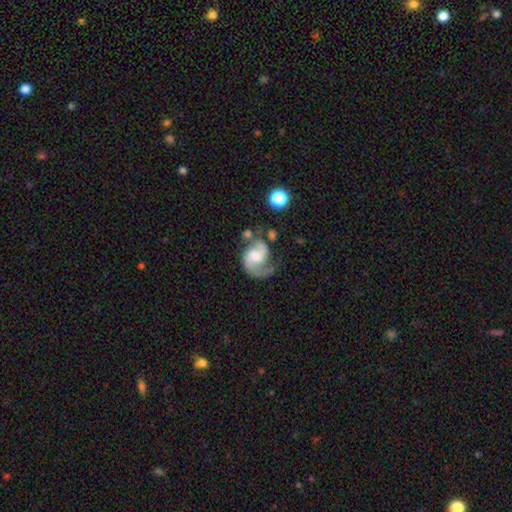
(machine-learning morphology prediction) Overall: featured or disk (83%). Edge-on disk: no (98%). Bar: no (46%; weak 44%). Spiral arms: yes (96%). Spiral arm count: 2 (73%). Spiral winding: medium (51%; loose 30%). Bulge size: moderate (50%; small 27%). Merging: none (46%; minor disturbance 23%).